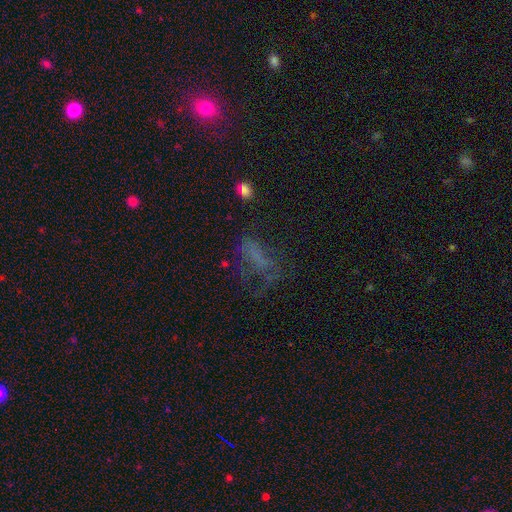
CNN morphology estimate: Q: Smooth or featured?
A: smooth (39%); runner-up: featured or disk (31%)
Q: Merging?
A: none (39%); runner-up: major disturbance (38%)